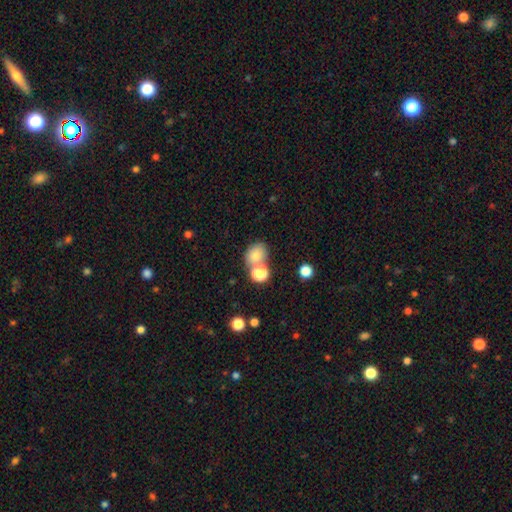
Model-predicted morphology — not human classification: Smooth or featured? Predicted: smooth (p=0.78). How rounded? Predicted: in between (p=0.51). Merging? Predicted: none (p=0.56).